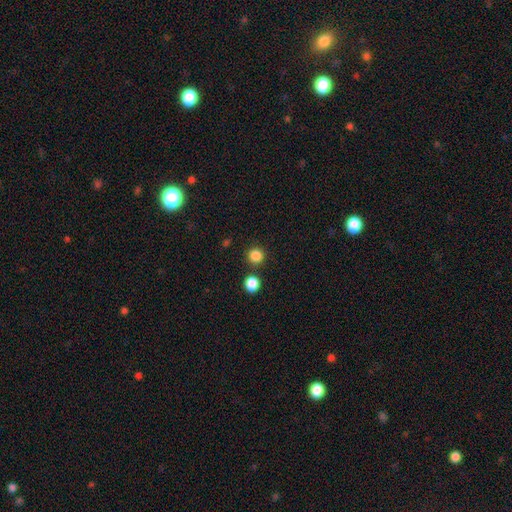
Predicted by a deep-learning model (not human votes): Smooth or featured: smooth — 84% (star or artifact — 12%)
How rounded: round — 94% (in between — 5%)
Merging: none — 84% (merger — 8%)